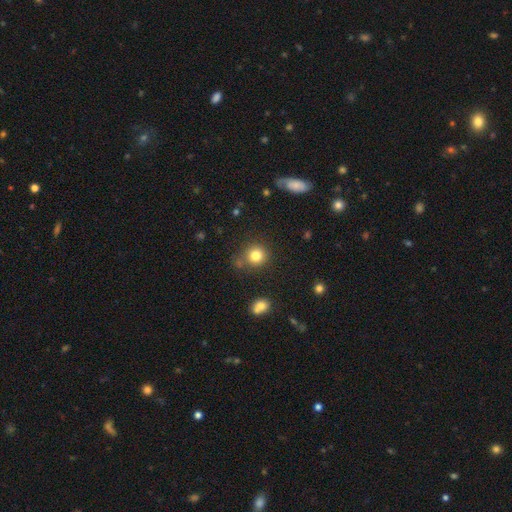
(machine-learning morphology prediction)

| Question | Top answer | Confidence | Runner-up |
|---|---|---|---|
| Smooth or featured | smooth | 81% | star or artifact (12%) |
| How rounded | round | 89% | in between (10%) |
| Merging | none | 76% | minor disturbance (13%) |